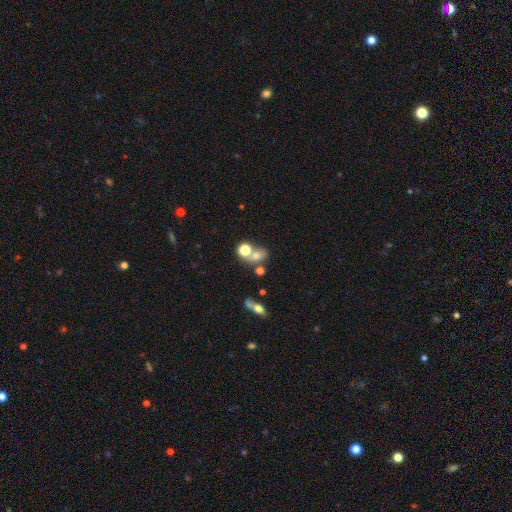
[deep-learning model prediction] Morphology: type=smooth (65%); roundness=round (52%); merging=merger (42%).